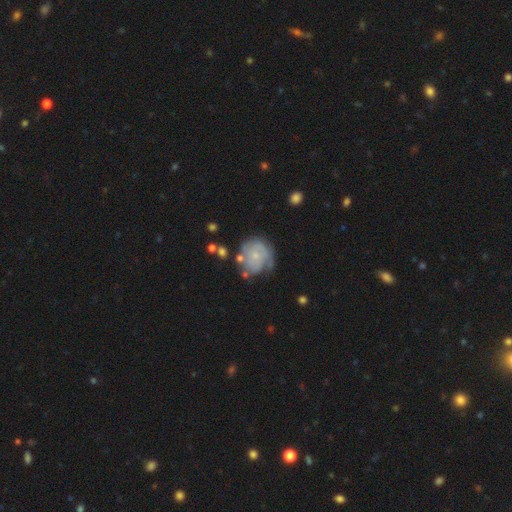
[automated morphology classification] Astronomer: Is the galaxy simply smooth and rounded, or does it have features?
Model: featured or disk — 61%.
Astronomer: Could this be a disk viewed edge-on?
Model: no — 98%.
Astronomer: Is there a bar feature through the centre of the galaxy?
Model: no — 80%.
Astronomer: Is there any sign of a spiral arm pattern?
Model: yes — 75%.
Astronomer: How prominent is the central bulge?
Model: small — 70%.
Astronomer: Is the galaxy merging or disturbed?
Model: none — 53%.